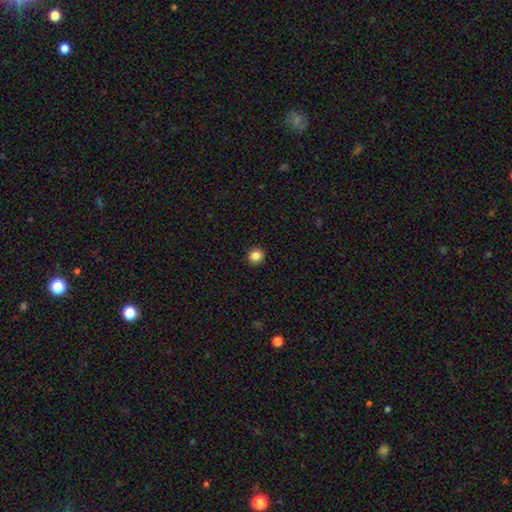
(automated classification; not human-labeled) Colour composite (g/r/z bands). It shows a smooth galaxy with no disk features (86%) that is round (86%). Merging: none (93%).